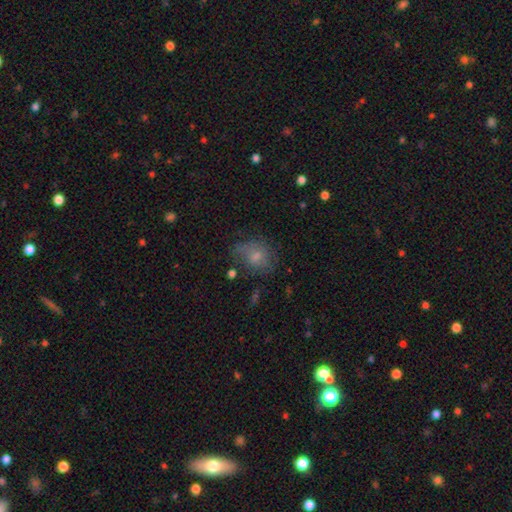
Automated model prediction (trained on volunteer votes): The model was most divided on "how rounded": in between: 52%, round: 47%, cigar-shaped: 1%. More confident: smooth or featured — smooth (66%); merging — none (51%).